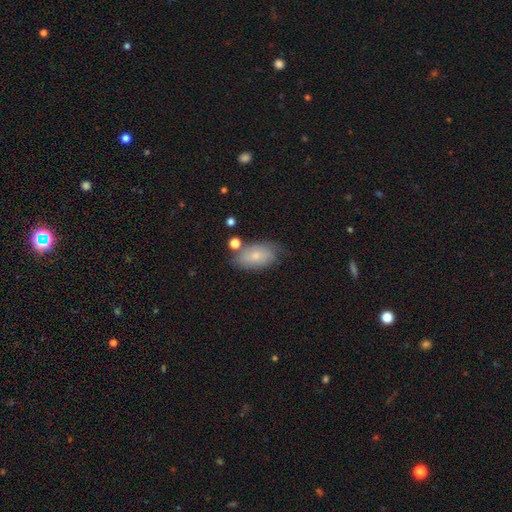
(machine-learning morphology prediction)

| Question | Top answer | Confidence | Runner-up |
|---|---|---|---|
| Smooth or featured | smooth | 67% | featured or disk (26%) |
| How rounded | in between | 91% | round (7%) |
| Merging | none | 60% | minor disturbance (25%) |